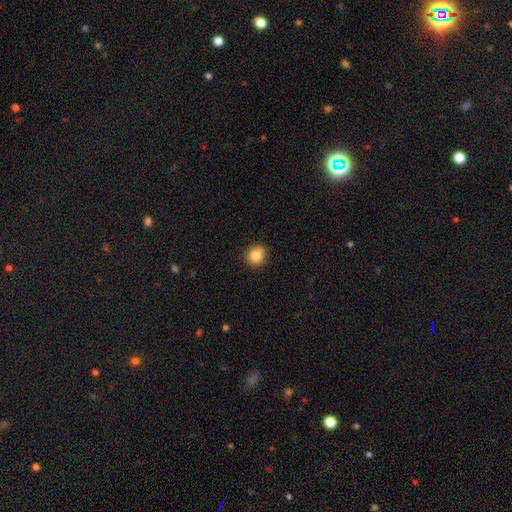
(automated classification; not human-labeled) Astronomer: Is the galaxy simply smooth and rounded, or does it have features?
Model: smooth — 84%.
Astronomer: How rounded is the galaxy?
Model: round — 89%.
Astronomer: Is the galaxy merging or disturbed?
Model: none — 86%.